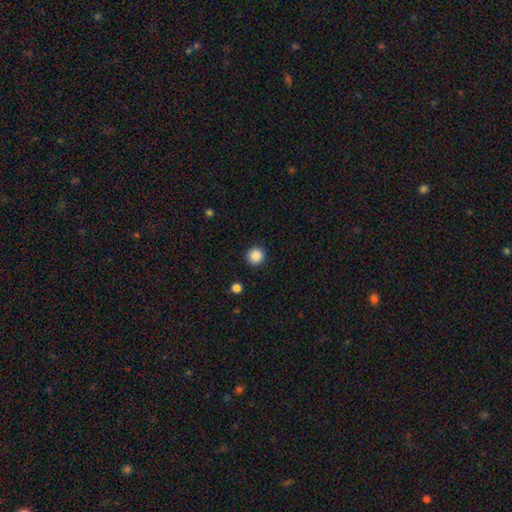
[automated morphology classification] smooth_or_featured: smooth (p=0.88) [alt: star or artifact p=0.10]
how_rounded: round (p=0.92) [alt: in between p=0.07]
merging: none (p=0.91) [alt: minor disturbance p=0.05]